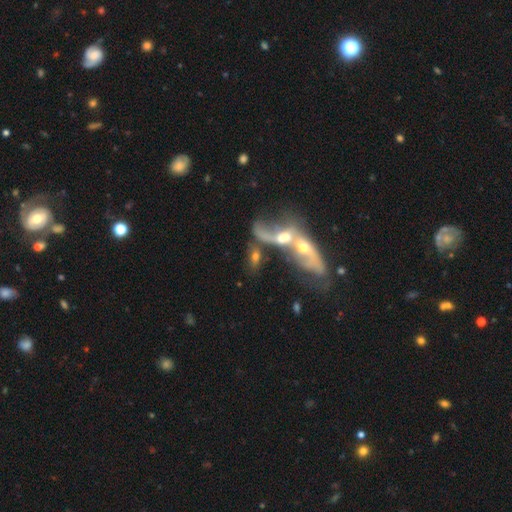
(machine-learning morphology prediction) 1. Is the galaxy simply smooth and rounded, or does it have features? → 60% featured or disk, 29% smooth, 11% star or artifact.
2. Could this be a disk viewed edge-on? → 84% no, 16% yes.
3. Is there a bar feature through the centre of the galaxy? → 73% no, 20% weak, 7% strong.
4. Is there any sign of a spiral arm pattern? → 51% no, 49% yes.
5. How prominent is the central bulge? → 58% moderate, 21% small, 11% large, 8% none, 3% dominant.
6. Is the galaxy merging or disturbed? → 78% merger, 9% major disturbance, 9% none, 4% minor disturbance.